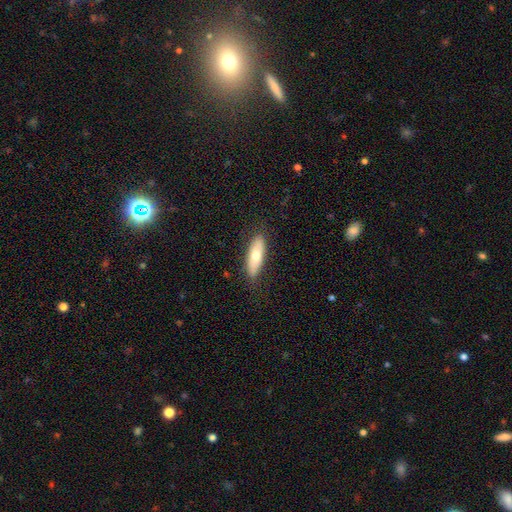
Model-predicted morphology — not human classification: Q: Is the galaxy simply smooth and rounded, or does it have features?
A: smooth — 66%.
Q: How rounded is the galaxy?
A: in between — 54%.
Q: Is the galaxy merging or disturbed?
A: none — 85%.